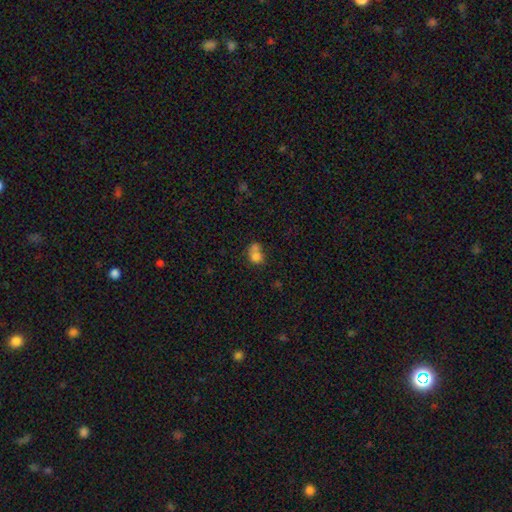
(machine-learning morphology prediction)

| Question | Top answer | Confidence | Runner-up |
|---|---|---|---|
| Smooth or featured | smooth | 75% | featured or disk (14%) |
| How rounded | round | 56% | in between (43%) |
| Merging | merger | 52% | none (28%) |